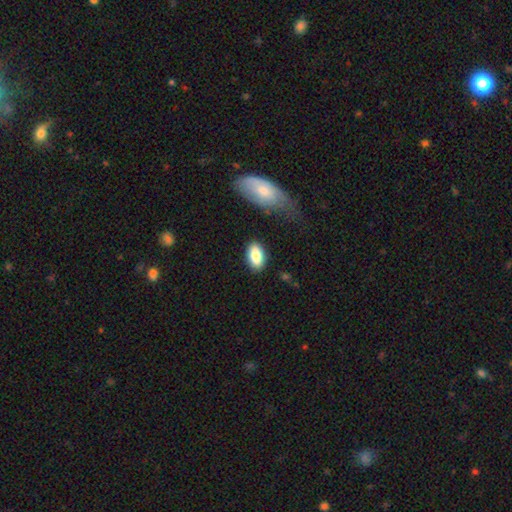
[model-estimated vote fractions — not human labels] Smooth or featured?
  - smooth: 82% *
  - featured or disk: 11%
  - star or artifact: 7%
How rounded?
  - in between: 91% *
  - round: 5%
  - cigar-shaped: 4%
Merging?
  - none: 83% *
  - minor disturbance: 11%
  - major disturbance: 3%
  - merger: 3%